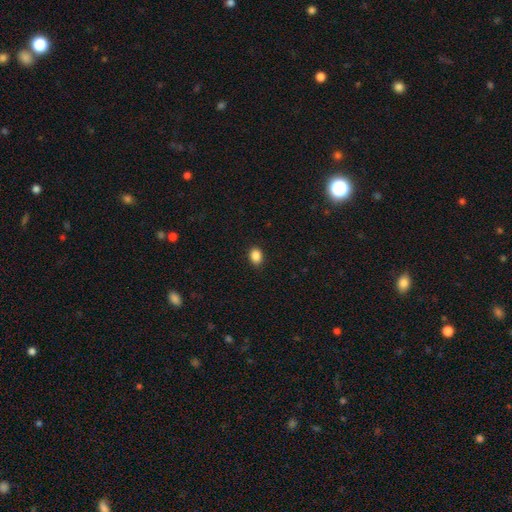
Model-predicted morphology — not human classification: Overall: smooth (88%). How rounded: in between (63%; round 36%). Merging: none (89%).